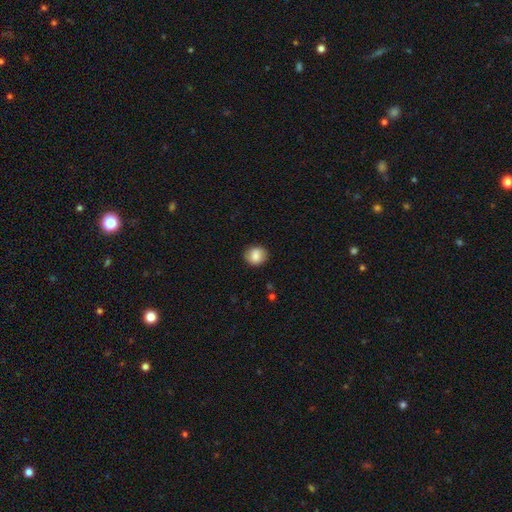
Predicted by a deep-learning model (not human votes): Q: Smooth or featured?
A: smooth (82%); runner-up: featured or disk (10%)
Q: How rounded?
A: round (76%); runner-up: in between (23%)
Q: Merging?
A: none (85%); runner-up: minor disturbance (11%)